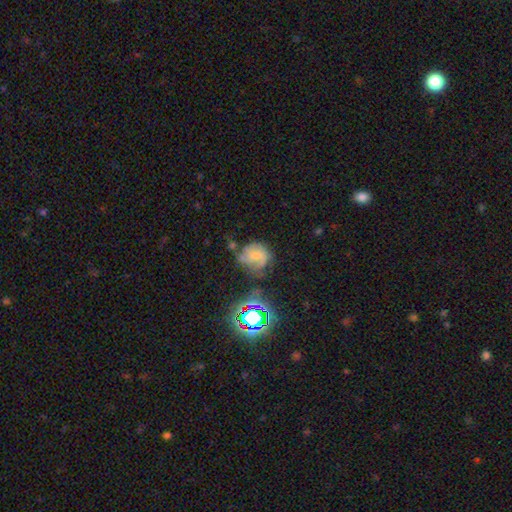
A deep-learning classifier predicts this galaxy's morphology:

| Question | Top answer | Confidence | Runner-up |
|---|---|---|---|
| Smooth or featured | featured or disk | 46% | smooth (37%) |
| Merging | none | 38% | minor disturbance (27%) |